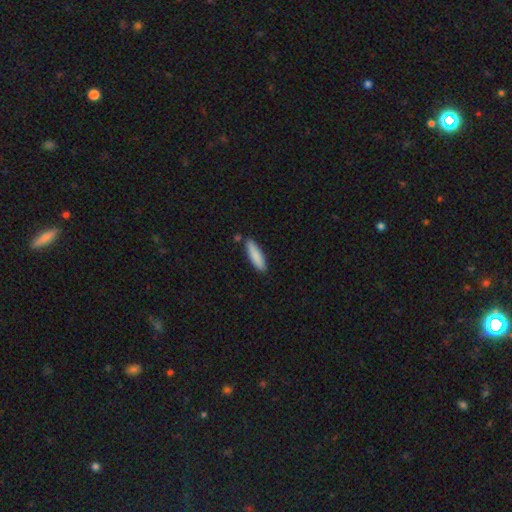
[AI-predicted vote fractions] The model was most divided on "how rounded": cigar-shaped: 71%, in between: 28%, round: 1%. More confident: smooth or featured — smooth (86%); merging — none (83%).